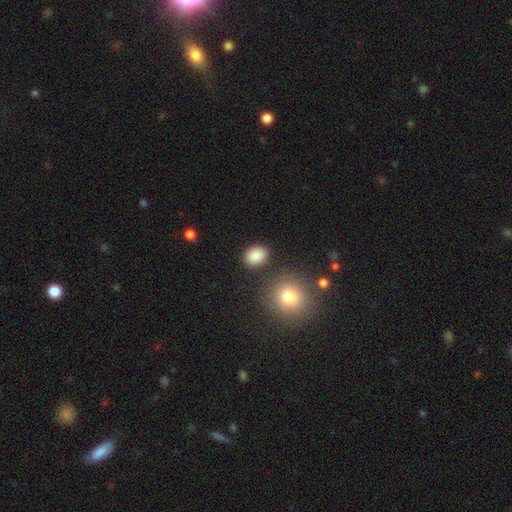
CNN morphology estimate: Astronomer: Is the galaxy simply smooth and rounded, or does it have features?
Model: smooth — 88%.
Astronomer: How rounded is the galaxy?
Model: in between — 64%.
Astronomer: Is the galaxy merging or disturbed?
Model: none — 84%.